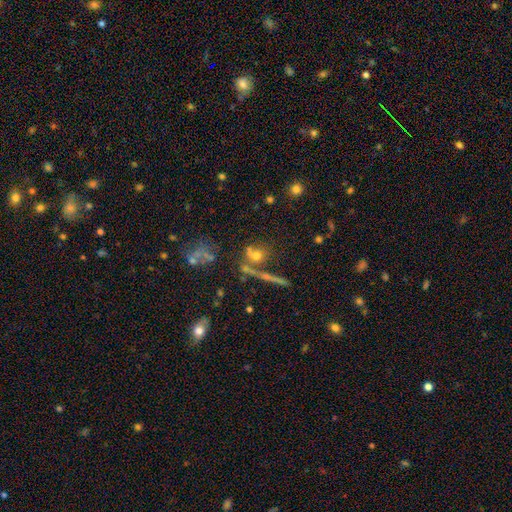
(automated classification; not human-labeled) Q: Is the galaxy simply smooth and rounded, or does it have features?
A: smooth — 53%.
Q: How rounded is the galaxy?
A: round — 73%.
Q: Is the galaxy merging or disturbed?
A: none — 53%.